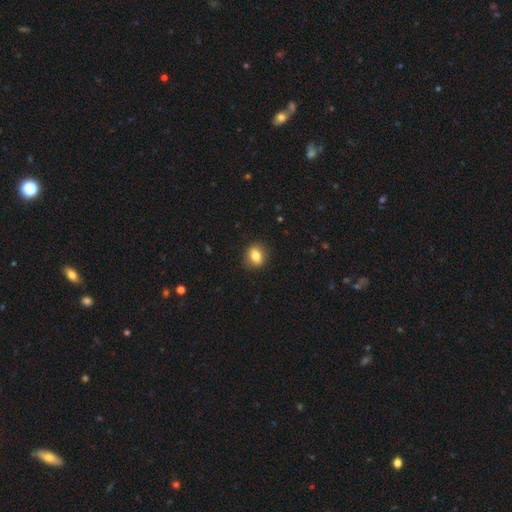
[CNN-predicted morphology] Smooth or featured: smooth — 80% (featured or disk — 11%)
How rounded: round — 52% (in between — 46%)
Merging: none — 88% (minor disturbance — 8%)